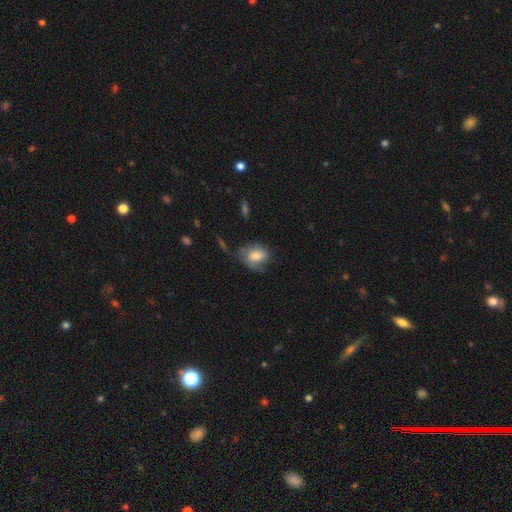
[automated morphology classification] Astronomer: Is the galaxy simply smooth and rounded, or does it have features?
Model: smooth — 71%.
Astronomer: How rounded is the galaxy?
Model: in between — 68%.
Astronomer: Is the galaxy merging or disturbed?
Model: none — 40% (runner-up: minor disturbance, 35%).